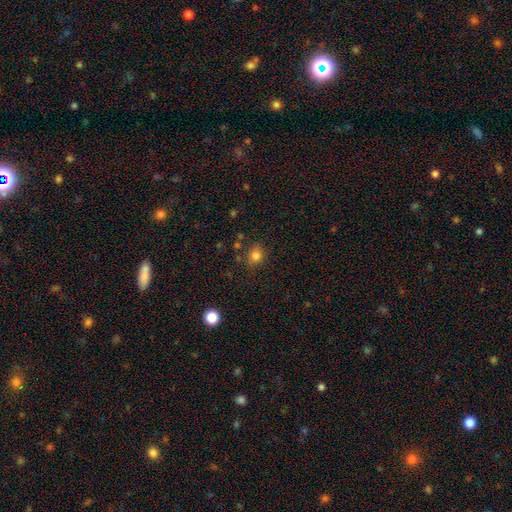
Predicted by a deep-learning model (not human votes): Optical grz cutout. It shows a smooth galaxy with no disk features (81%) that is round (65%). Merging: none (79%).